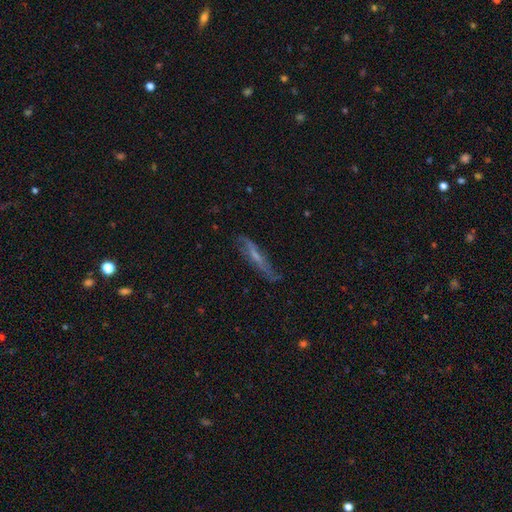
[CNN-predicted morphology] Smooth or featured? Predicted: featured or disk (p=0.63). Edge-on disk? Predicted: yes (p=0.56). Merging? Predicted: none (p=0.66).